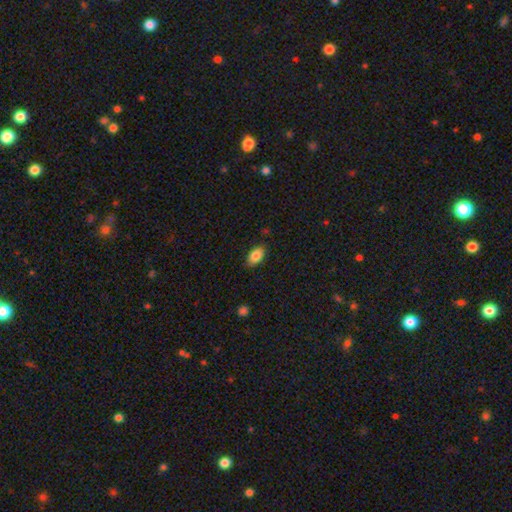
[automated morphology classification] Smooth or featured?
  - smooth: 85% *
  - featured or disk: 8%
  - star or artifact: 8%
How rounded?
  - in between: 92% *
  - round: 6%
  - cigar-shaped: 2%
Merging?
  - none: 86% *
  - minor disturbance: 11%
  - major disturbance: 2%
  - merger: 1%